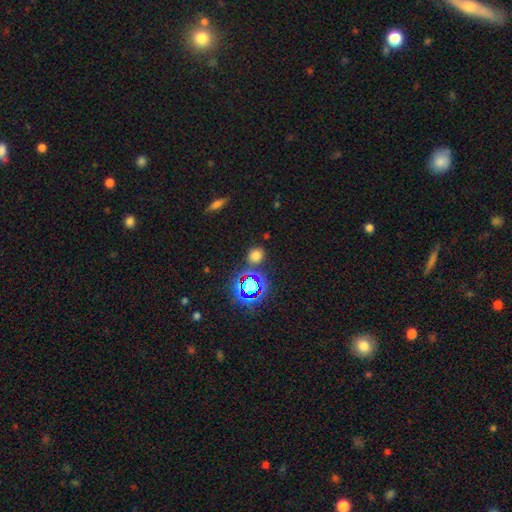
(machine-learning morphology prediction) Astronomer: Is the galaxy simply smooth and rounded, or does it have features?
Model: smooth — 64%.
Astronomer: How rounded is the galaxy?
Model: round — 77%.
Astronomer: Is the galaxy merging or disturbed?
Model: none — 81%.